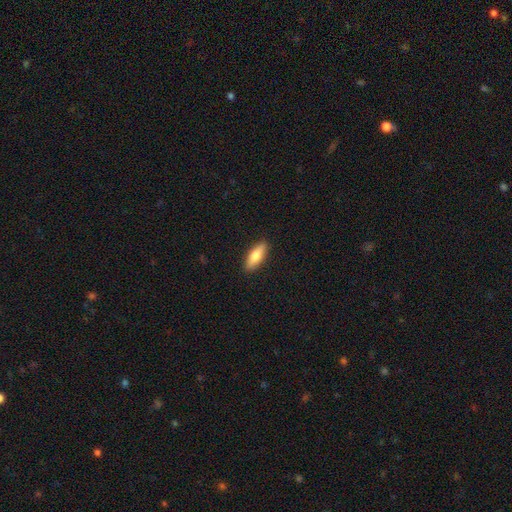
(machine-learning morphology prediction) smooth_or_featured: smooth (p=0.77) [alt: featured or disk p=0.17]
how_rounded: in between (p=0.62) [alt: cigar-shaped p=0.36]
merging: none (p=0.89) [alt: minor disturbance p=0.08]